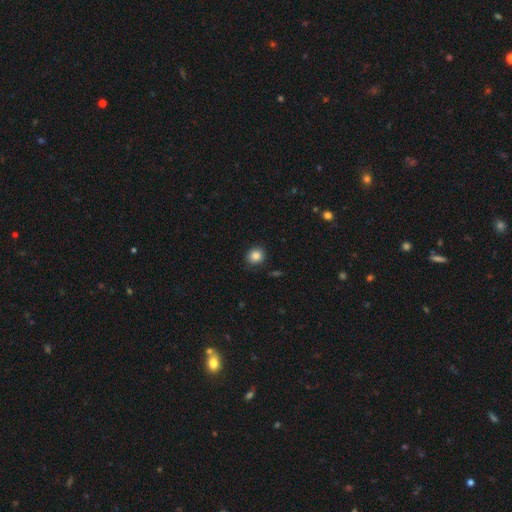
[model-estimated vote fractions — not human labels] smooth 85%, star or artifact 10%, featured or disk 4%. Down the decision tree: how rounded — round (80%); merging — none (87%).